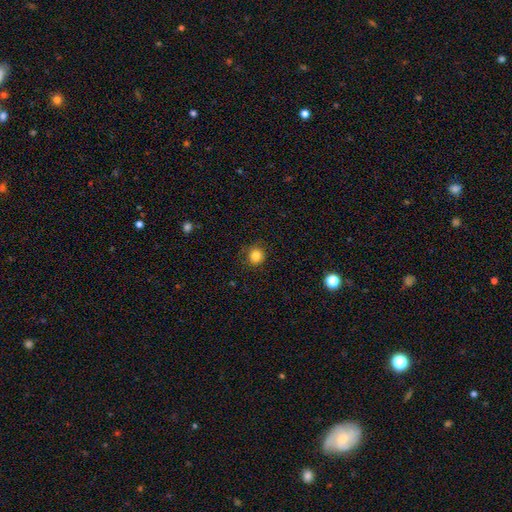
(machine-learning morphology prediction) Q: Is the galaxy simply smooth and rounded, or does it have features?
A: smooth — 84%.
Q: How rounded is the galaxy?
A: round — 90%.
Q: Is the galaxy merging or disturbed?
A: none — 86%.